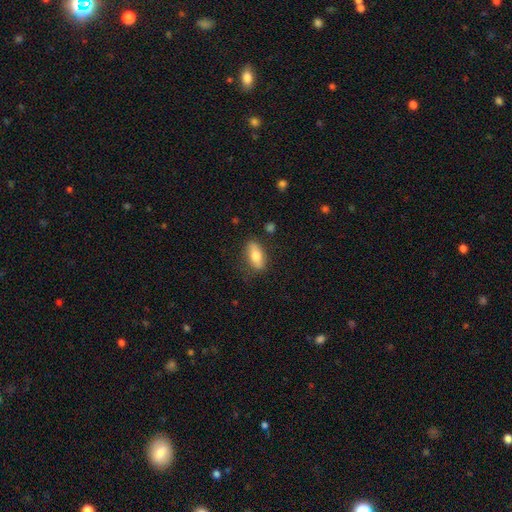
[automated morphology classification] Smooth or featured: smooth — 72% (featured or disk — 22%)
How rounded: in between — 79% (cigar-shaped — 17%)
Merging: none — 79% (minor disturbance — 15%)